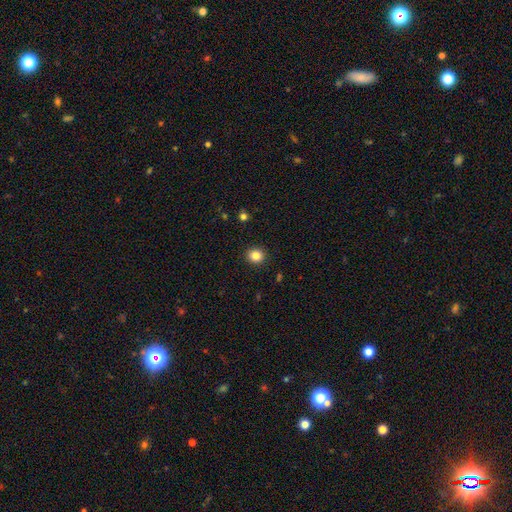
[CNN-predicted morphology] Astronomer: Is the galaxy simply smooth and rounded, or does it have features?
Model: smooth — 84%.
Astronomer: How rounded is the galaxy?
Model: round — 86%.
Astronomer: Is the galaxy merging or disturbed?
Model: none — 92%.